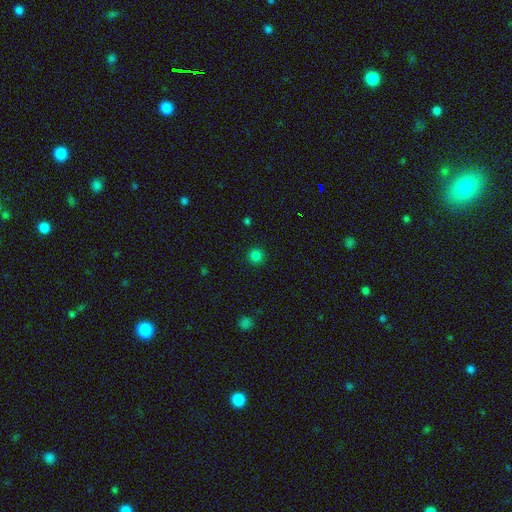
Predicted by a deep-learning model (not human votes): A smooth galaxy with no disk features (81%) that is round (95%).

Vote fractions:
- Smooth or featured? smooth: 81% / star or artifact: 16% / featured or disk: 3%
- How rounded? round: 95% / in between: 4% / cigar-shaped: 1%
- Merging? none: 92% / minor disturbance: 5% / major disturbance: 2% / merger: 1%